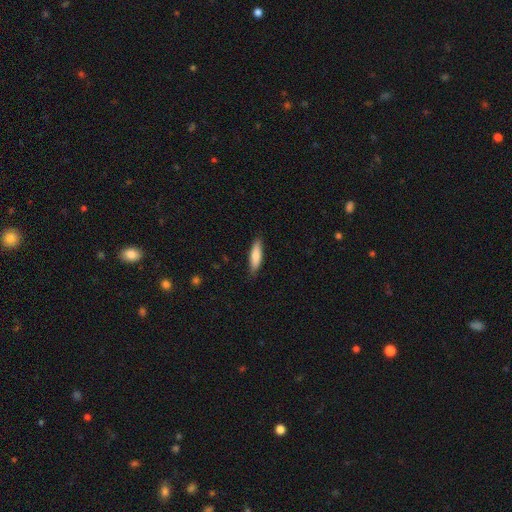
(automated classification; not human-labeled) smooth 79%, featured or disk 15%, star or artifact 6%. Down the decision tree: how rounded — cigar-shaped (68%); merging — none (85%).